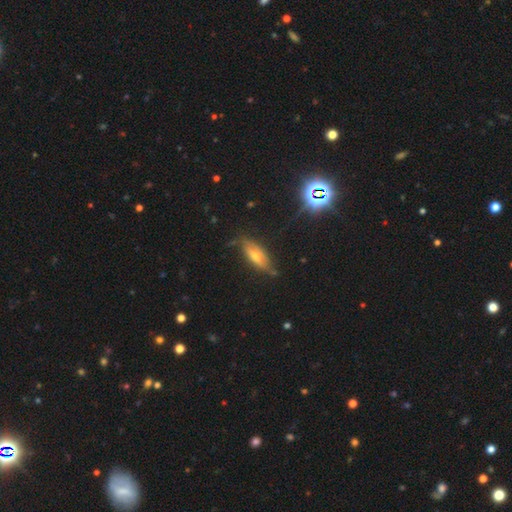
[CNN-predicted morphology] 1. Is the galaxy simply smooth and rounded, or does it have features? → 52% featured or disk, 33% smooth, 15% star or artifact.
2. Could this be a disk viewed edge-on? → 61% yes, 39% no.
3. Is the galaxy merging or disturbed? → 69% none, 23% minor disturbance, 6% major disturbance, 2% merger.